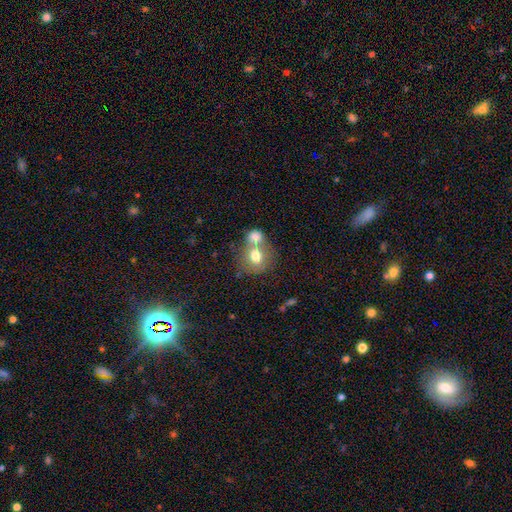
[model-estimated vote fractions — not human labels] A smooth galaxy with no disk features (71%) that is round (64%).

Vote fractions:
- Smooth or featured? smooth: 71% / featured or disk: 20% / star or artifact: 9%
- How rounded? round: 64% / in between: 34% / cigar-shaped: 1%
- Merging? merger: 58% / none: 29% / minor disturbance: 9% / major disturbance: 5%